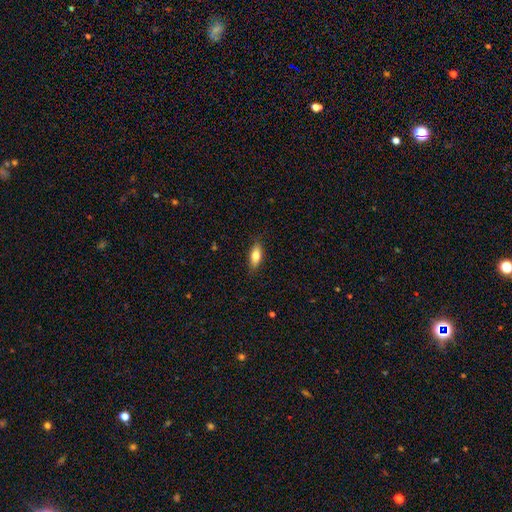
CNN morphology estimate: This appears to be a smooth galaxy with no disk features (78%) that is in between round and cigar-shaped (76%). Merging: none (85%).